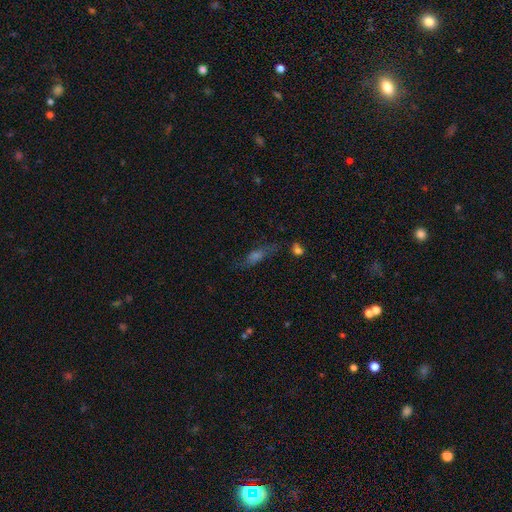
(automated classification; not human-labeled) smooth-or-featured: featured or disk: 37% | smooth: 36% | star or artifact: 27%
  merging: none: 66% | minor disturbance: 18% | major disturbance: 11% | merger: 5%